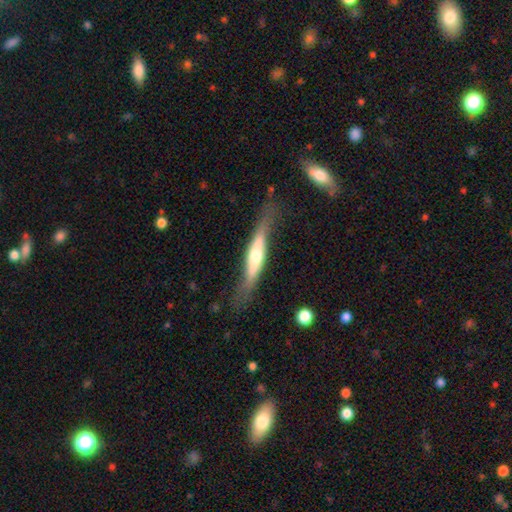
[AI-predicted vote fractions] Q: Smooth or featured?
A: featured or disk (62%); runner-up: smooth (33%)
Q: Edge-on disk?
A: yes (82%); runner-up: no (18%)
Q: Edge-on bulge?
A: rounded (80%); runner-up: boxy (10%)
Q: Merging?
A: none (69%); runner-up: minor disturbance (20%)